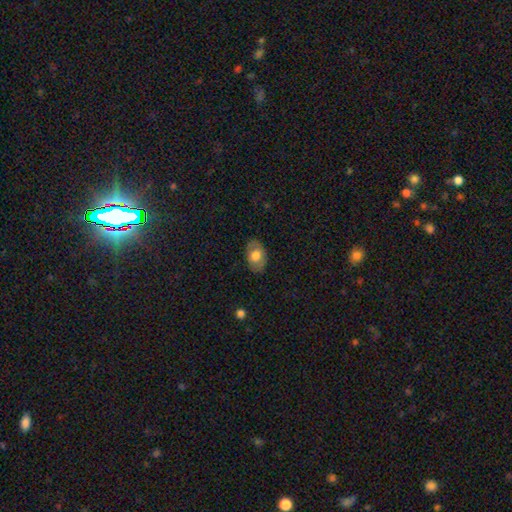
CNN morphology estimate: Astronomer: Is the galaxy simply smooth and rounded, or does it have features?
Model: smooth — 69%.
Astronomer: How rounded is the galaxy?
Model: in between — 84%.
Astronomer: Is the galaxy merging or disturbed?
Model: none — 83%.